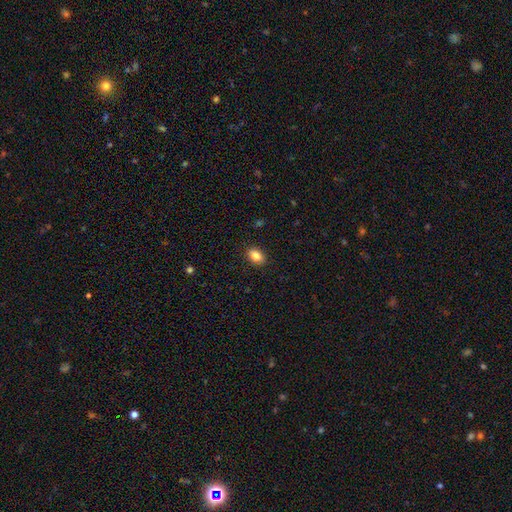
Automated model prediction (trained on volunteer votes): Morphology: type=smooth (84%); roundness=in between (80%); merging=none (89%).